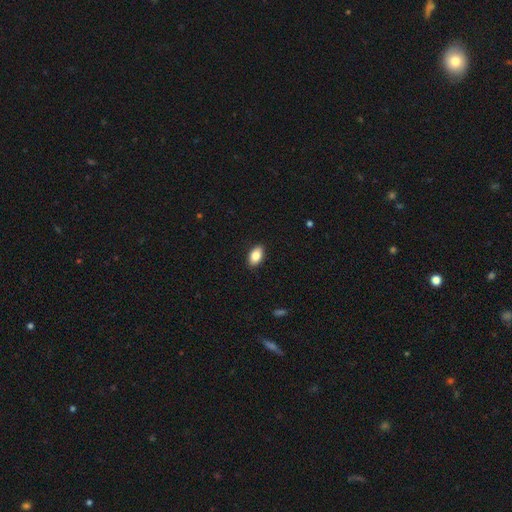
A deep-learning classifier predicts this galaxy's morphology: Smooth or featured: smooth — 85% (star or artifact — 7%)
How rounded: in between — 92% (round — 6%)
Merging: none — 89% (minor disturbance — 8%)